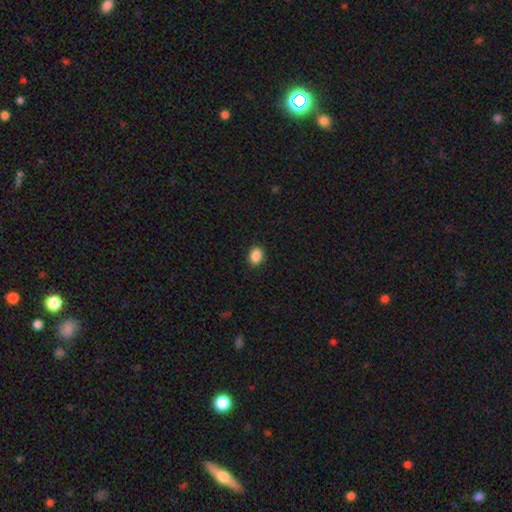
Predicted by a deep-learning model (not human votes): Q: Smooth or featured?
A: smooth (88%); runner-up: star or artifact (9%)
Q: How rounded?
A: in between (58%); runner-up: round (41%)
Q: Merging?
A: none (90%); runner-up: minor disturbance (7%)